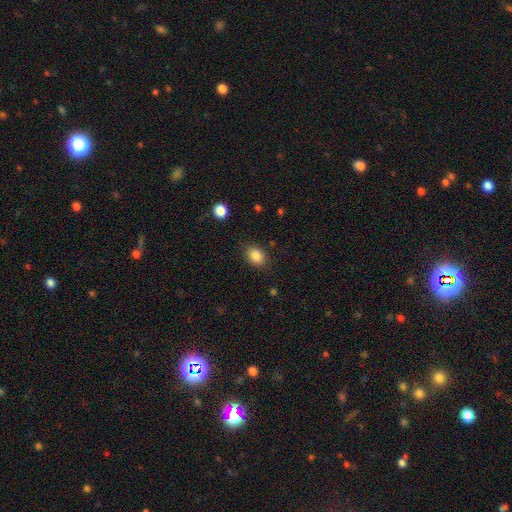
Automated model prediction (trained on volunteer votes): Smooth or featured? smooth (86%)
How rounded? in between (64%)
Merging? none (84%)